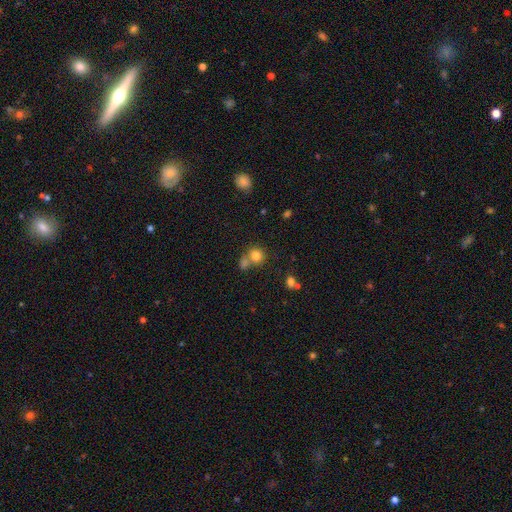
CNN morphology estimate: smooth 80%, star or artifact 12%, featured or disk 8%. Down the decision tree: how rounded — round (86%); merging — none (54%).